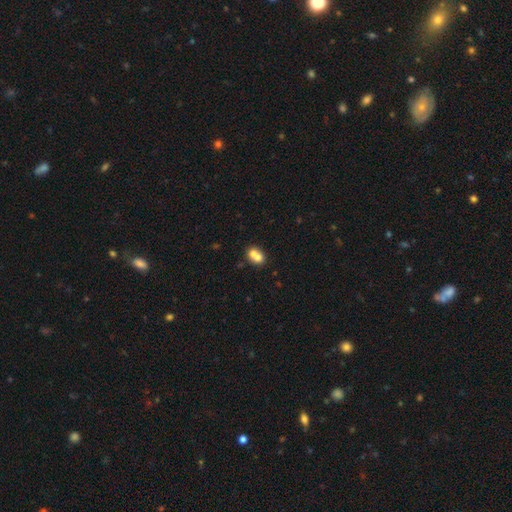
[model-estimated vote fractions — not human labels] Smooth or featured: smooth — 69% (featured or disk — 22%)
How rounded: round — 54% (in between — 45%)
Merging: merger — 67% (none — 24%)